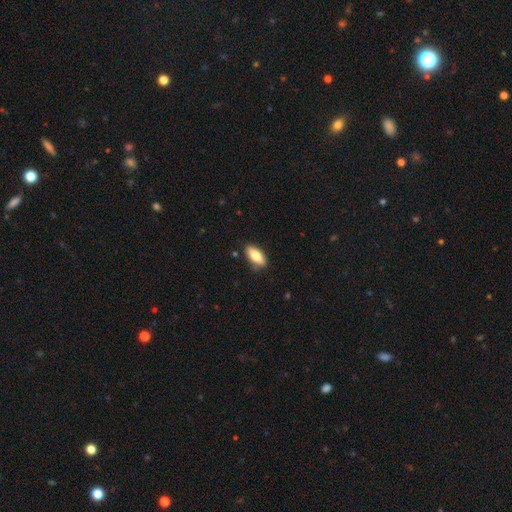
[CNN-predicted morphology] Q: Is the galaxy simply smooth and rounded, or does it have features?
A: smooth — 77%.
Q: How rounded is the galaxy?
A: in between — 83%.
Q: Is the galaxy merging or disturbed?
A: none — 83%.